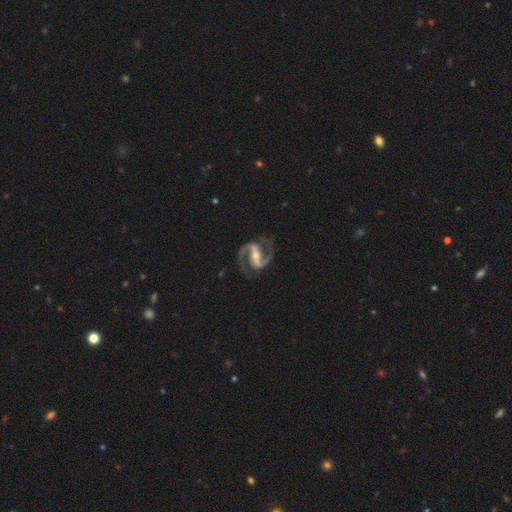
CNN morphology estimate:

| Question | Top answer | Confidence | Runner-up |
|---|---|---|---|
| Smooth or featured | featured or disk | 94% | star or artifact (4%) |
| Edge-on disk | no | 98% | yes (2%) |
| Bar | strong | 67% | weak (24%) |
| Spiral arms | yes | 98% | no (2%) |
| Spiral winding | medium | 65% | tight (18%) |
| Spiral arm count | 2 | 95% | can't tell (1%) |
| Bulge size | small | 48% | moderate (44%) |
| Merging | none | 83% | minor disturbance (11%) |